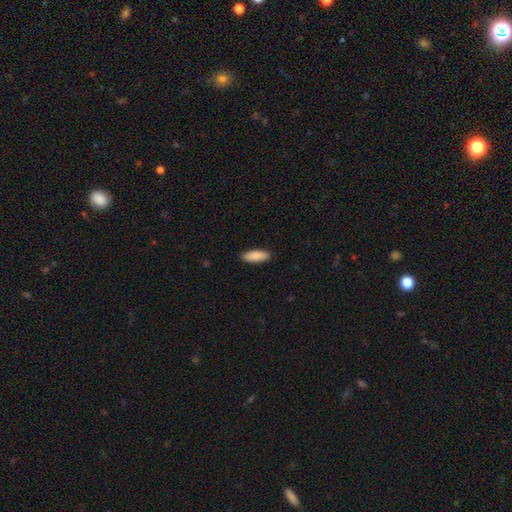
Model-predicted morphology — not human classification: The model was most divided on "how rounded": in between: 67%, cigar-shaped: 31%, round: 2%. More confident: merging — none (90%); smooth or featured — smooth (89%).